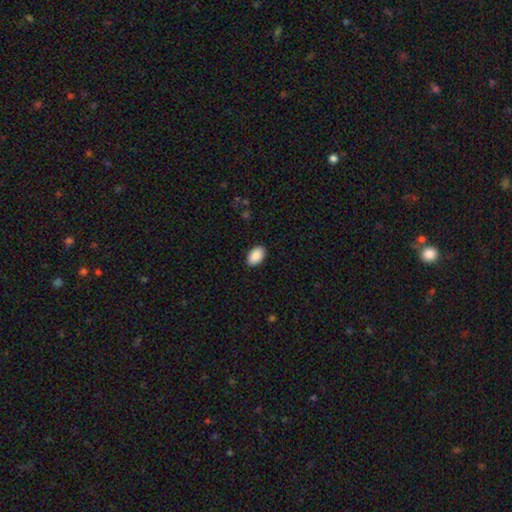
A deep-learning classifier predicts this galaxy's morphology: type=smooth (91%); roundness=in between (92%); merging=none (90%).